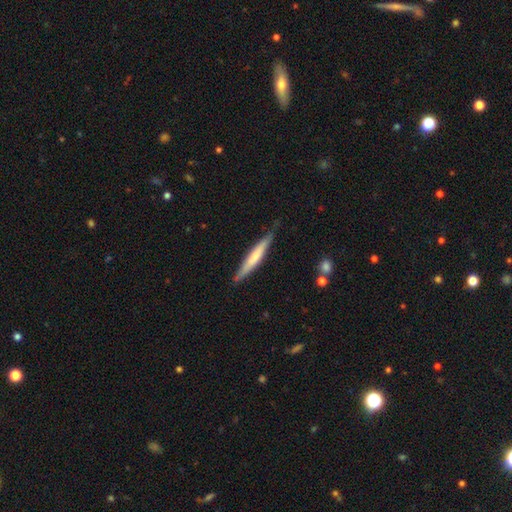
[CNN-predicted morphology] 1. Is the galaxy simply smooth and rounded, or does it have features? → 50% smooth, 44% featured or disk, 5% star or artifact.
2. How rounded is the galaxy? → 94% cigar-shaped, 5% in between, 1% round.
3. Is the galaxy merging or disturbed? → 84% none, 13% minor disturbance, 2% major disturbance, 1% merger.